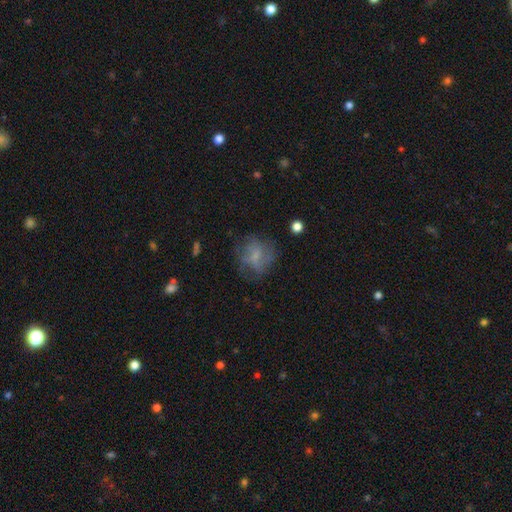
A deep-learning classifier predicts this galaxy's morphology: This appears to be a smooth galaxy with no disk features (49%). Merging: none (59%).